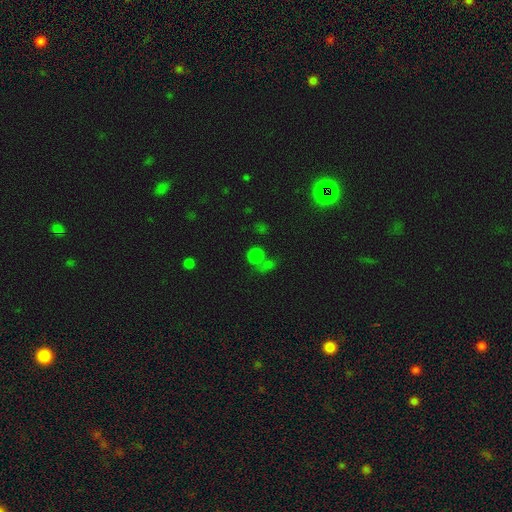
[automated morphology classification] Q: Smooth or featured?
A: smooth (70%); runner-up: star or artifact (23%)
Q: How rounded?
A: round (83%); runner-up: in between (16%)
Q: Merging?
A: none (49%); runner-up: merger (33%)